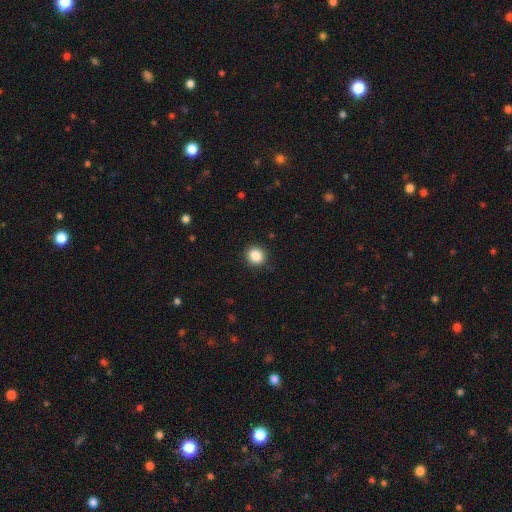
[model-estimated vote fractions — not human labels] smooth_or_featured: smooth (p=0.87) [alt: star or artifact p=0.10]
how_rounded: round (p=0.88) [alt: in between p=0.12]
merging: none (p=0.90) [alt: minor disturbance p=0.07]